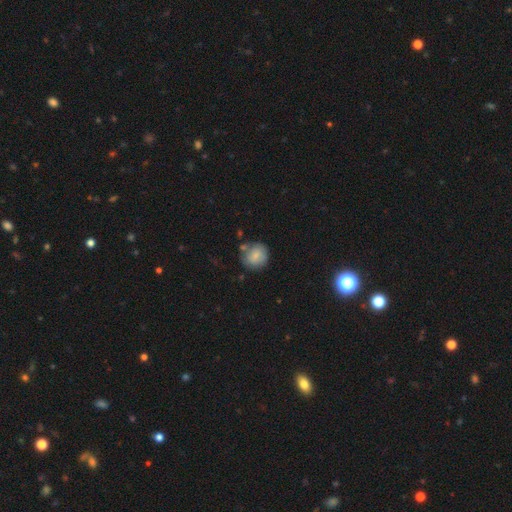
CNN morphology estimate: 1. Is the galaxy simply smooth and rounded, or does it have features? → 78% smooth, 14% featured or disk, 8% star or artifact.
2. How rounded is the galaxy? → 84% round, 15% in between, 1% cigar-shaped.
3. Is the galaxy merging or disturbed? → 67% none, 18% minor disturbance, 10% merger, 5% major disturbance.